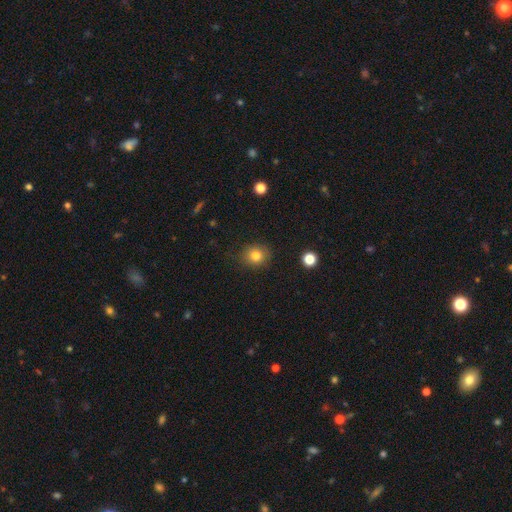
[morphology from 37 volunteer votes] A smooth galaxy with no disk features (92%) that is round (79%).

Vote fractions:
- Smooth or featured? smooth: 92% / star or artifact: 5% / featured or disk: 3%
- How rounded? round: 79% / in between: 21% / cigar-shaped: 0%
- Merging? none: 91% / minor disturbance: 9% / major disturbance: 0% / merger: 0%